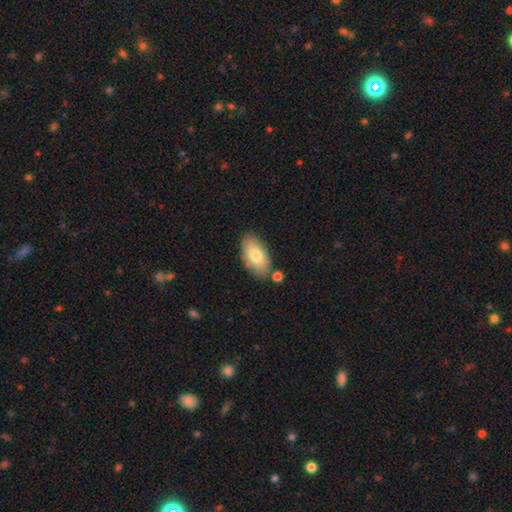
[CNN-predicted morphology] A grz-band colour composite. It shows a smooth galaxy with no disk features (76%) that is in between round and cigar-shaped (93%). Merging: none (77%).